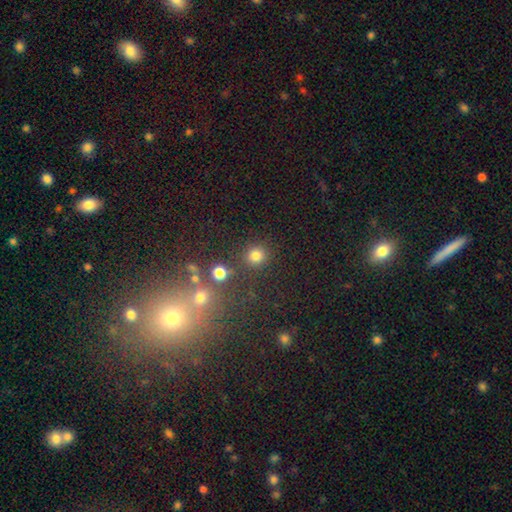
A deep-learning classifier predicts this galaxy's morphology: This appears to be a smooth galaxy with no disk features (78%) that is round (93%). Merging: none (85%).